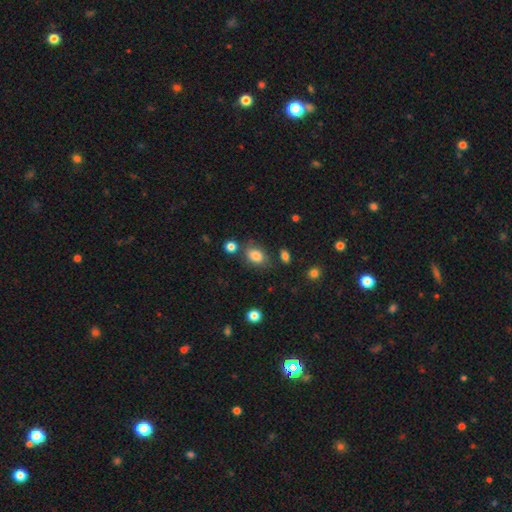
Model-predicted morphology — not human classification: Smooth or featured?
  - smooth: 83% *
  - star or artifact: 10%
  - featured or disk: 7%
How rounded?
  - in between: 76% *
  - round: 23%
  - cigar-shaped: 1%
Merging?
  - none: 70% *
  - minor disturbance: 17%
  - merger: 8%
  - major disturbance: 5%